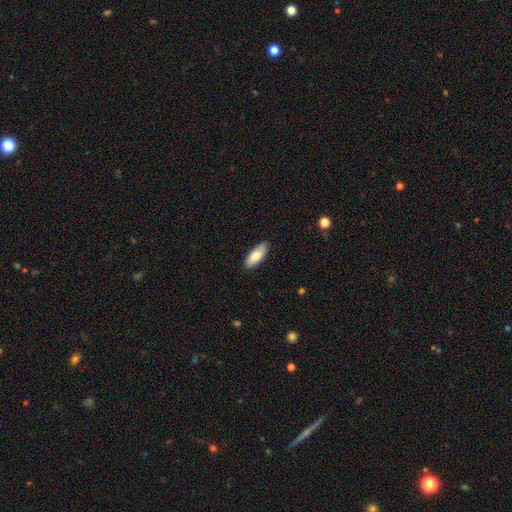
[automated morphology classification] Smooth or featured?
  - smooth: 79% *
  - featured or disk: 16%
  - star or artifact: 6%
How rounded?
  - in between: 78% *
  - cigar-shaped: 20%
  - round: 2%
Merging?
  - none: 86% *
  - minor disturbance: 11%
  - major disturbance: 2%
  - merger: 1%